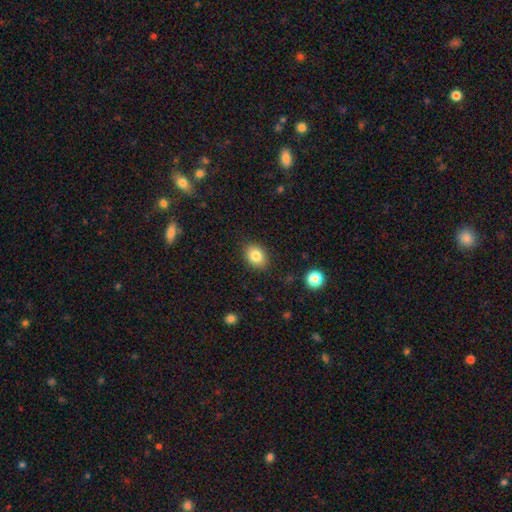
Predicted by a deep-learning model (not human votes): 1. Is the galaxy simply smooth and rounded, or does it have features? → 84% smooth, 9% star or artifact, 8% featured or disk.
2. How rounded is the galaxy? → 69% in between, 30% round, 1% cigar-shaped.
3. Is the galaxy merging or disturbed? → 87% none, 9% minor disturbance, 2% major disturbance, 1% merger.